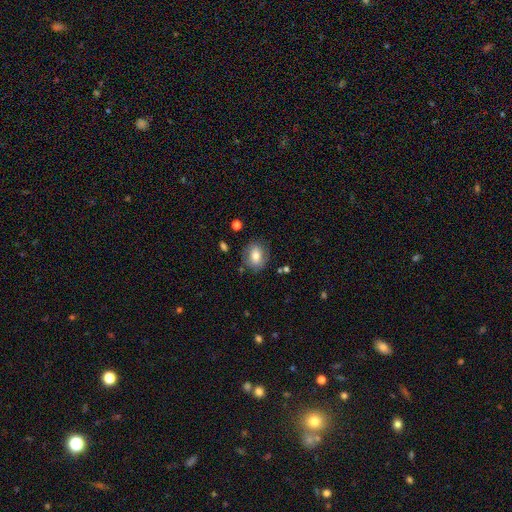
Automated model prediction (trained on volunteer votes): Smooth or featured? smooth (72%)
How rounded? in between (53%)
Merging? none (77%)